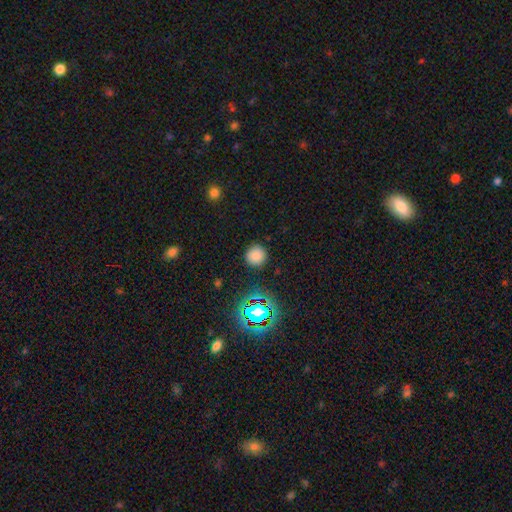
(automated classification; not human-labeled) Smooth or featured: smooth — 77% (star or artifact — 18%)
How rounded: round — 93% (in between — 6%)
Merging: none — 88% (minor disturbance — 7%)